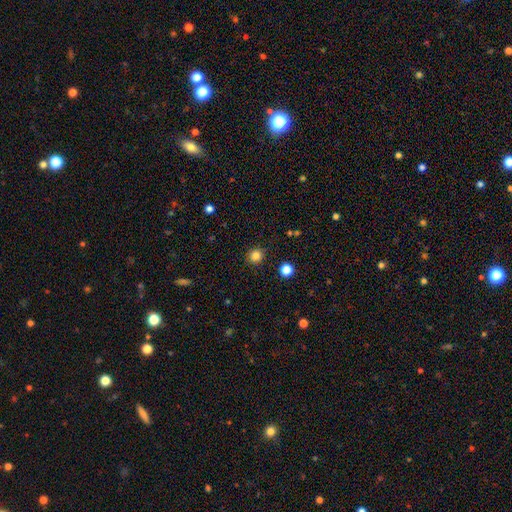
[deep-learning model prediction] Smooth or featured? Predicted: smooth (p=0.84). How rounded? Predicted: round (p=0.88). Merging? Predicted: none (p=0.90).